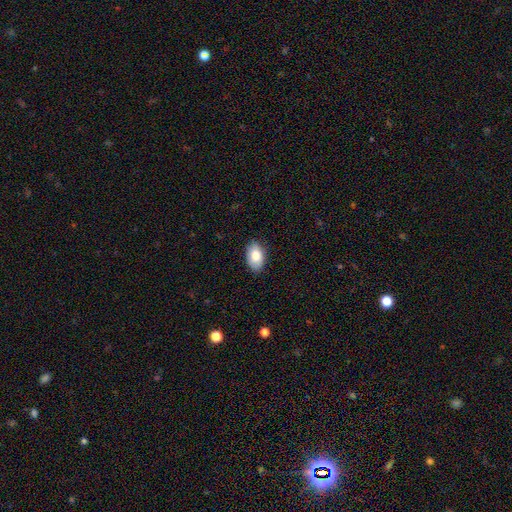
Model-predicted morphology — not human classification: The model was most divided on "smooth or featured": smooth: 80%, featured or disk: 13%, star or artifact: 7%. More confident: how rounded — in between (92%); merging — none (84%).